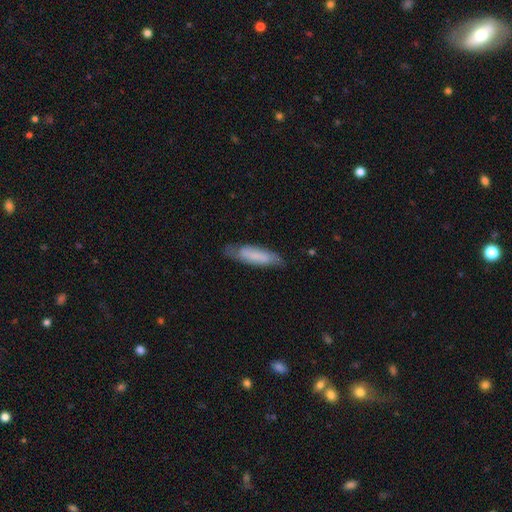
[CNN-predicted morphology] A smooth galaxy with no disk features (53%) that is cigar-shaped (54%).

Vote fractions:
- Smooth or featured? smooth: 53% / featured or disk: 40% / star or artifact: 7%
- How rounded? cigar-shaped: 54% / in between: 44% / round: 2%
- Merging? none: 71% / minor disturbance: 21% / major disturbance: 6% / merger: 2%